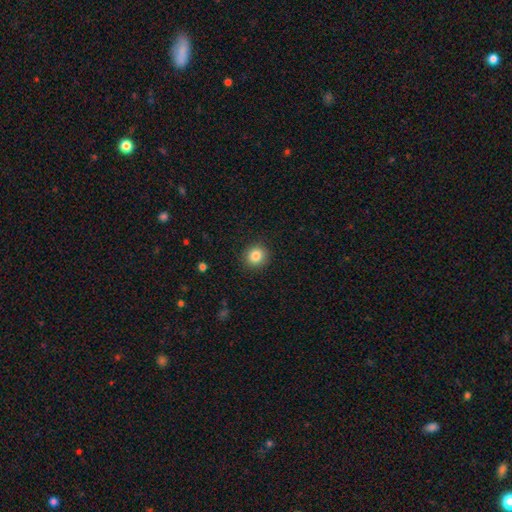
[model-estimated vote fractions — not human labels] Smooth or featured? smooth (84%)
How rounded? round (89%)
Merging? none (91%)